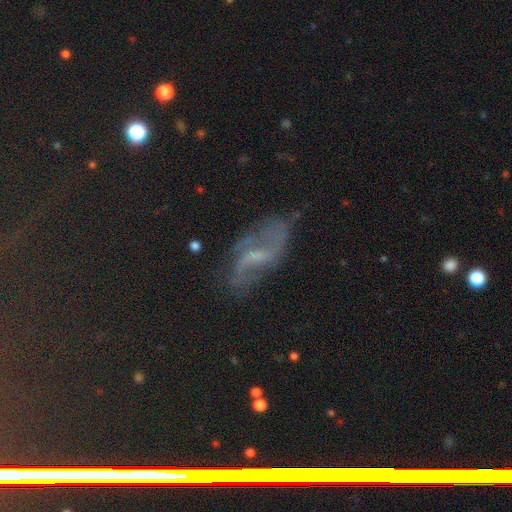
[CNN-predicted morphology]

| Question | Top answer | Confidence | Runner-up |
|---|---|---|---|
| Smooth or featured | featured or disk | 64% | star or artifact (18%) |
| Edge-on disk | no | 91% | yes (9%) |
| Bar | weak | 54% | no (29%) |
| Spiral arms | yes | 81% | no (19%) |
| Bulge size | small | 49% | moderate (26%) |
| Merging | none | 58% | minor disturbance (23%) |